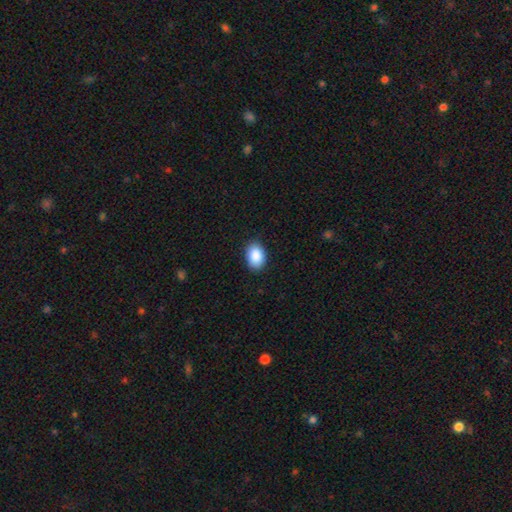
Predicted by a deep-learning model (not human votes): Smooth or featured?
  - smooth: 90% *
  - star or artifact: 7%
  - featured or disk: 3%
How rounded?
  - in between: 85% *
  - round: 14%
  - cigar-shaped: 1%
Merging?
  - none: 87% *
  - minor disturbance: 10%
  - major disturbance: 2%
  - merger: 1%